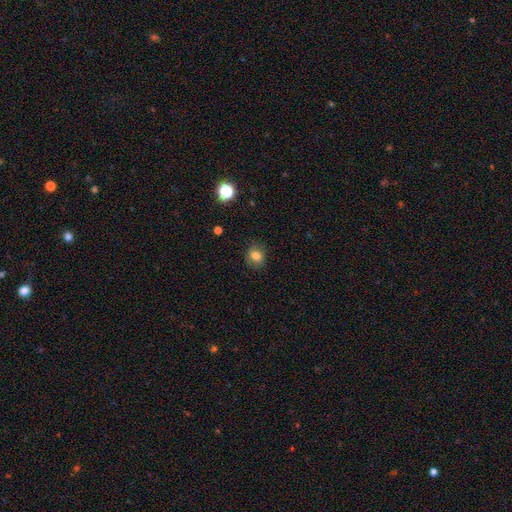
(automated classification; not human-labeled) smooth_or_featured: smooth (p=0.76) [alt: star or artifact p=0.12]
how_rounded: round (p=0.70) [alt: in between p=0.29]
merging: none (p=0.81) [alt: minor disturbance p=0.14]